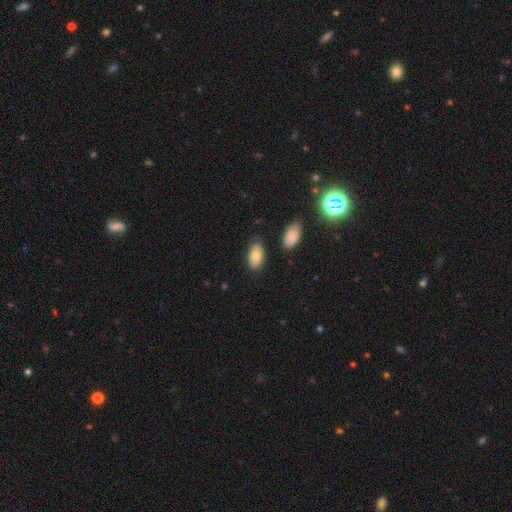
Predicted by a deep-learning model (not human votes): Q: Smooth or featured?
A: smooth (73%); runner-up: featured or disk (19%)
Q: How rounded?
A: in between (93%); runner-up: round (5%)
Q: Merging?
A: none (79%); runner-up: minor disturbance (14%)